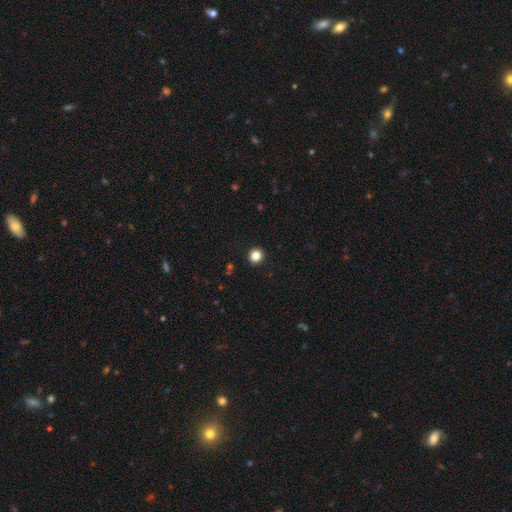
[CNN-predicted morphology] A smooth galaxy with no disk features (85%) that is round (91%).

Vote fractions:
- Smooth or featured? smooth: 85% / star or artifact: 11% / featured or disk: 4%
- How rounded? round: 91% / in between: 8% / cigar-shaped: 1%
- Merging? none: 93% / minor disturbance: 4% / major disturbance: 2% / merger: 1%